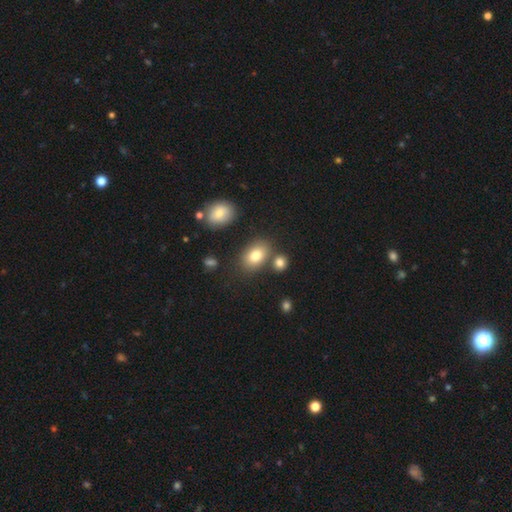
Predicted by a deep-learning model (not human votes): Q: Smooth or featured?
A: smooth (80%); runner-up: featured or disk (10%)
Q: How rounded?
A: in between (82%); runner-up: round (16%)
Q: Merging?
A: none (71%); runner-up: minor disturbance (12%)